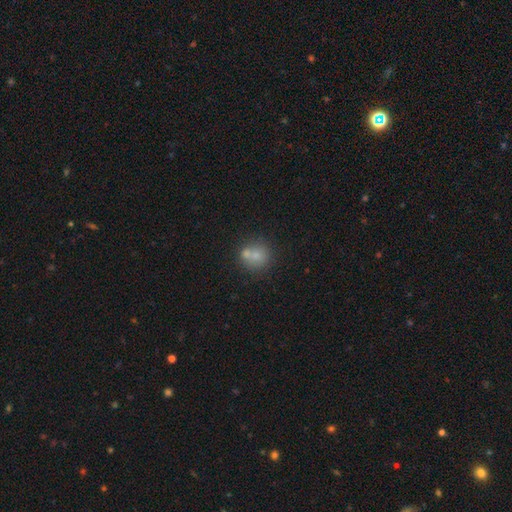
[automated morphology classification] Overall: smooth (72%). How rounded: round (81%). Merging: none (48%; merger 36%).